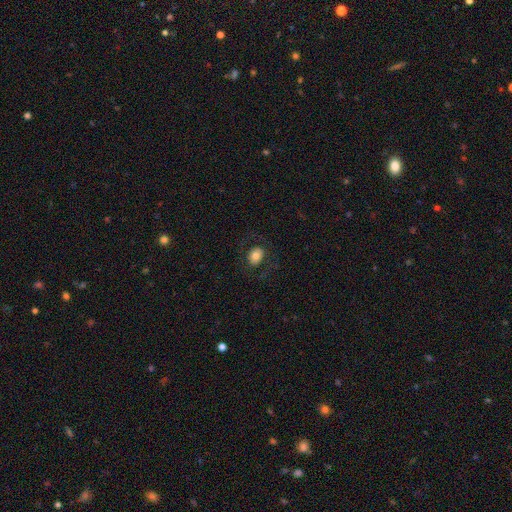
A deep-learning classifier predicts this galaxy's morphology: Smooth or featured: smooth — 71% (featured or disk — 21%)
How rounded: in between — 54% (round — 45%)
Merging: none — 81% (minor disturbance — 10%)